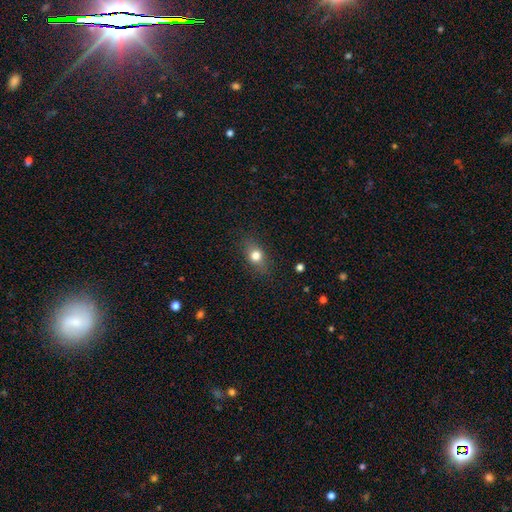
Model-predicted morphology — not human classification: Overall: smooth (76%). How rounded: in between (61%; round 33%). Merging: none (82%).